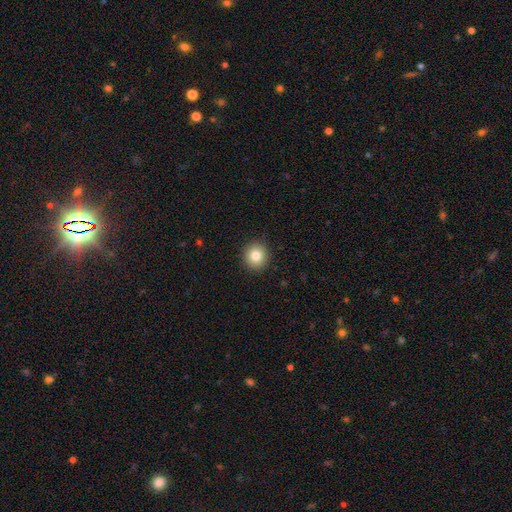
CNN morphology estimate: This appears to be a smooth galaxy with no disk features (83%) that is round (92%). Merging: none (92%).